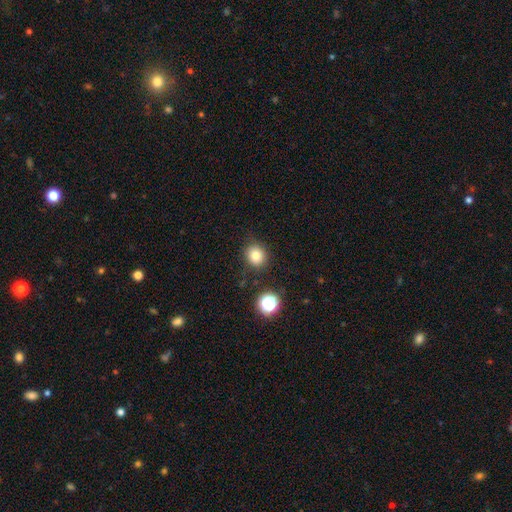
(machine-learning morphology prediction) Smooth or featured? smooth (79%)
How rounded? round (79%)
Merging? none (82%)